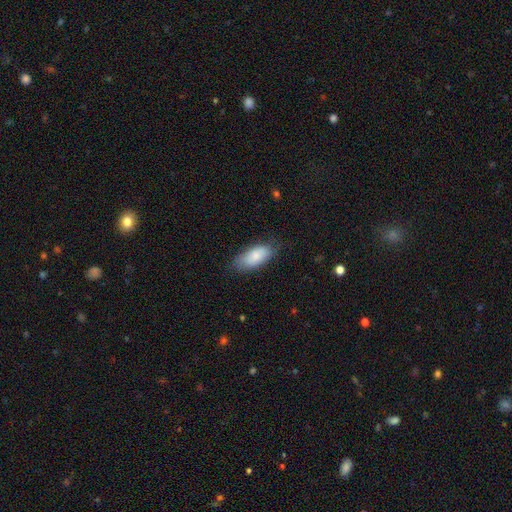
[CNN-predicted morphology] type=smooth (80%); roundness=in between (89%); merging=none (70%).